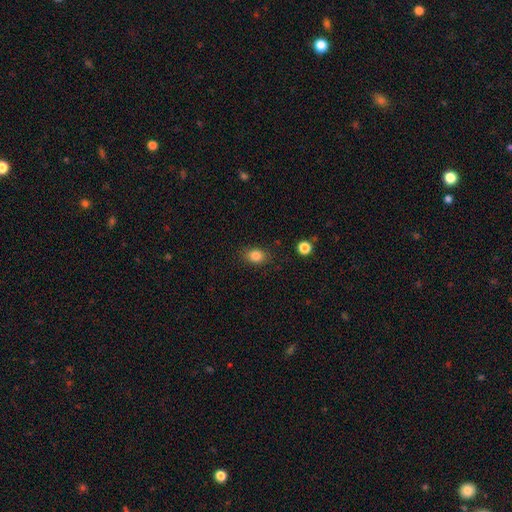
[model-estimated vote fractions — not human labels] Overall: smooth (85%). How rounded: in between (63%; round 35%). Merging: none (83%).